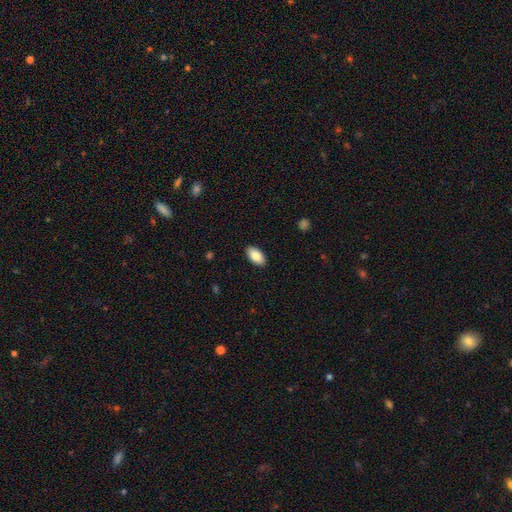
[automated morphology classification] A smooth galaxy with no disk features (84%) that is in between round and cigar-shaped (95%).

Vote fractions:
- Smooth or featured? smooth: 84% / featured or disk: 9% / star or artifact: 6%
- How rounded? in between: 95% / round: 3% / cigar-shaped: 3%
- Merging? none: 90% / minor disturbance: 8% / major disturbance: 2% / merger: 1%